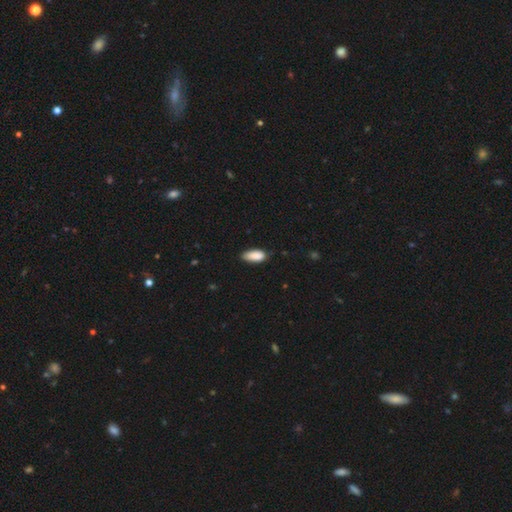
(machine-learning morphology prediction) A smooth galaxy with no disk features (88%) that is in between round and cigar-shaped (85%).

Vote fractions:
- Smooth or featured? smooth: 88% / star or artifact: 7% / featured or disk: 5%
- How rounded? in between: 85% / cigar-shaped: 13% / round: 2%
- Merging? none: 69% / minor disturbance: 26% / major disturbance: 3% / merger: 1%